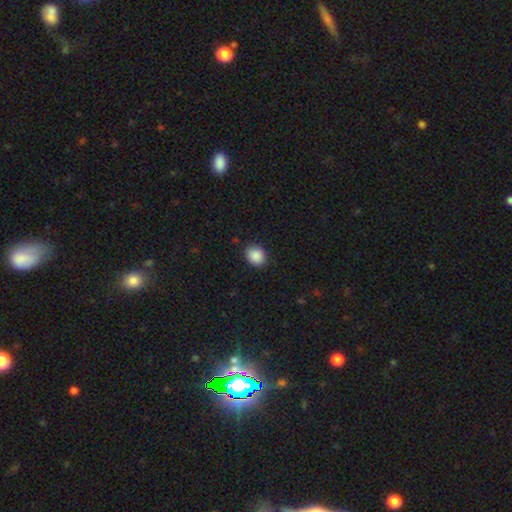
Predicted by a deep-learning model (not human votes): This is clearly a smooth galaxy (89%). How rounded: possibly round (57%). Merging: clearly none (86%).